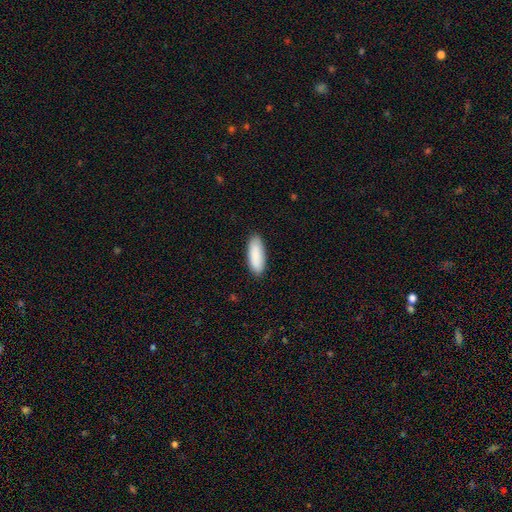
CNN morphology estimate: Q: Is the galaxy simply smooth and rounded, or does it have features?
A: smooth — 89%.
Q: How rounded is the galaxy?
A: in between — 70%.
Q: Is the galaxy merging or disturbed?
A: none — 88%.